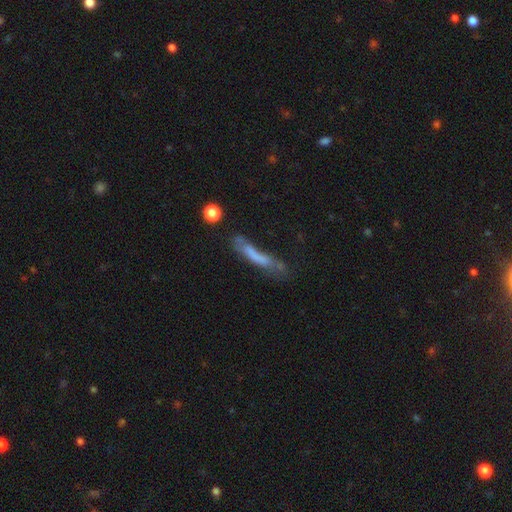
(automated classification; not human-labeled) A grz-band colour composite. It shows a smooth galaxy with no disk features (53%) that is cigar-shaped (84%). Merging: none (34%).